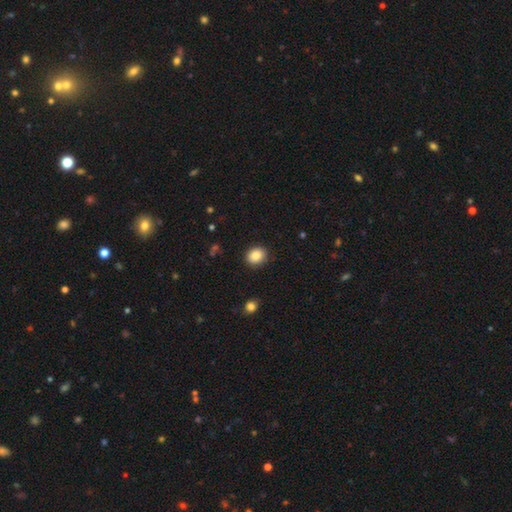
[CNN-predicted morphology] The model was most divided on "how rounded": round: 63%, in between: 37%, cigar-shaped: 1%. More confident: merging — none (89%); smooth or featured — smooth (86%).